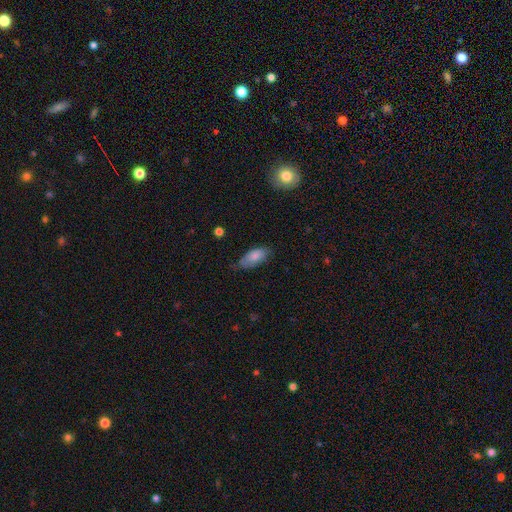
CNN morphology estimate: This is likely a smooth galaxy (79%). How rounded: clearly in between (87%). Merging: likely none (63%).